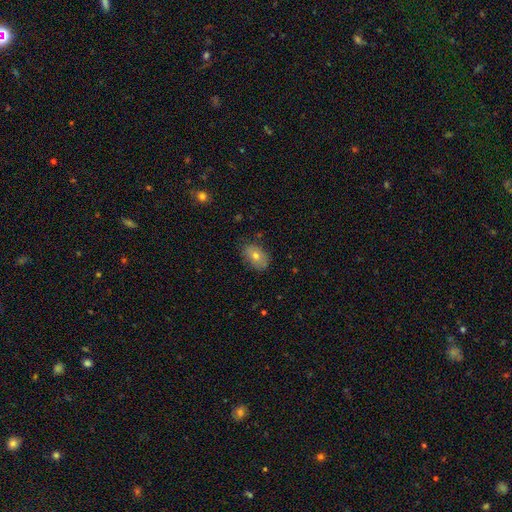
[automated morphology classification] This is likely a smooth galaxy (67%). How rounded: clearly in between (82%). Merging: likely none (78%).